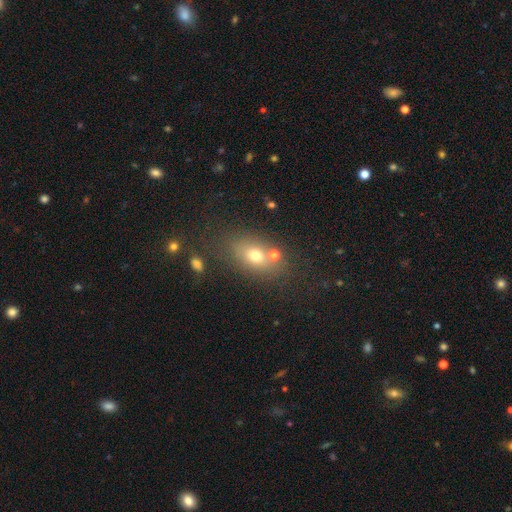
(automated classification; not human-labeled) smooth_or_featured: smooth (p=0.67) [alt: featured or disk p=0.19]
how_rounded: in between (p=0.74) [alt: round p=0.22]
merging: none (p=0.66) [alt: merger p=0.16]